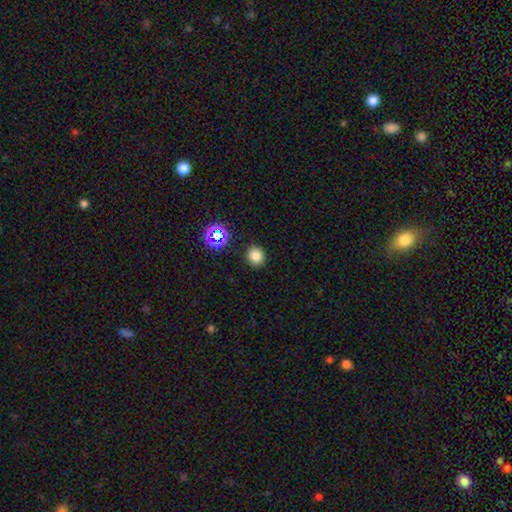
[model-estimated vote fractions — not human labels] smooth-or-featured: smooth: 78% | star or artifact: 16% | featured or disk: 6%
  how-rounded: round: 87% | in between: 12% | cigar-shaped: 1%
  merging: none: 90% | minor disturbance: 6% | major disturbance: 2% | merger: 2%